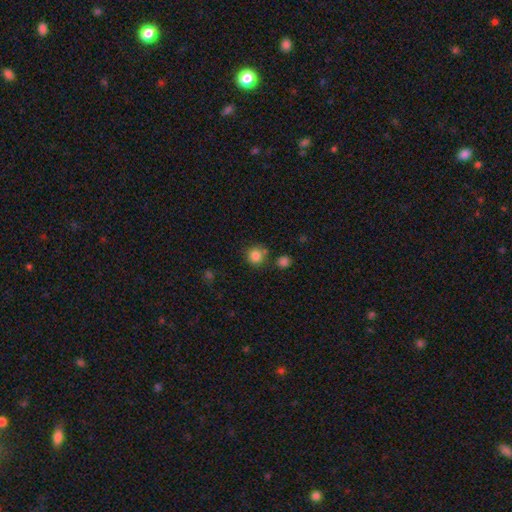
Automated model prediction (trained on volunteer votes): The model was most divided on "merging": none: 73%, merger: 13%, minor disturbance: 11%, major disturbance: 4%. More confident: how rounded — round (91%); smooth or featured — smooth (83%).